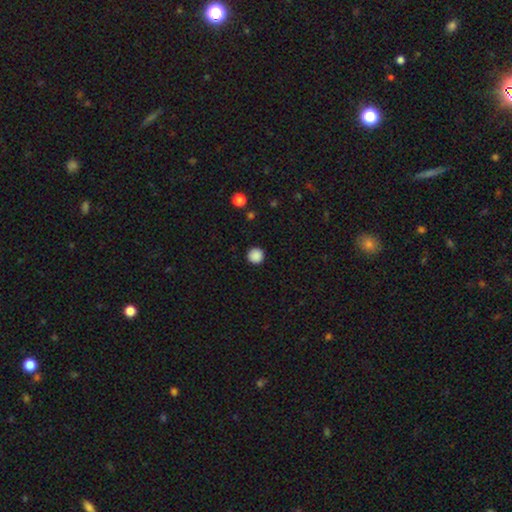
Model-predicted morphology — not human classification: smooth_or_featured: smooth (p=0.88) [alt: star or artifact p=0.10]
how_rounded: round (p=0.96) [alt: in between p=0.03]
merging: none (p=0.92) [alt: minor disturbance p=0.05]